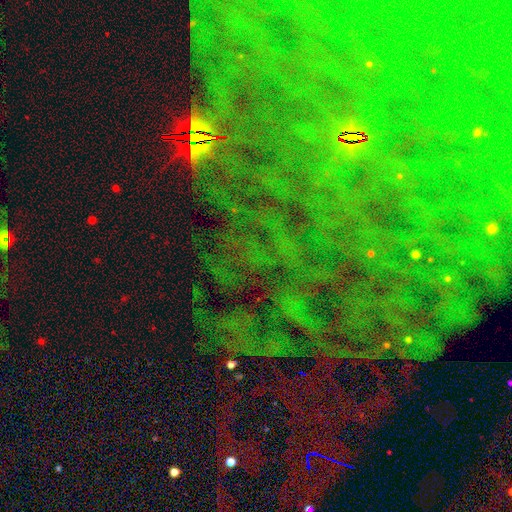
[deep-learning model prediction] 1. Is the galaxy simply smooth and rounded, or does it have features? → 82% star or artifact, 9% featured or disk, 8% smooth.